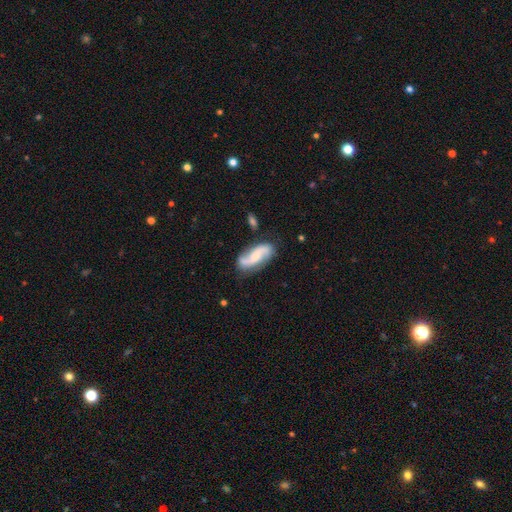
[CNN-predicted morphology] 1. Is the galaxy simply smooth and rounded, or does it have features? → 77% featured or disk, 18% smooth, 6% star or artifact.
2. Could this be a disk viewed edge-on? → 95% no, 5% yes.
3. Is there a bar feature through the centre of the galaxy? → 51% no, 34% weak, 15% strong.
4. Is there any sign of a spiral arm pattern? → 95% yes, 5% no.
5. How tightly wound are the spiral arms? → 59% loose, 30% medium, 10% tight.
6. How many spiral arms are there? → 91% 2, 3% can't tell, 2% 1, 1% 3, 1% 4, 1% more than 4.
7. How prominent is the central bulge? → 43% small, 36% moderate, 13% none, 5% large, 2% dominant.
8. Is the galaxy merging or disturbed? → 75% none, 16% minor disturbance, 5% major disturbance, 4% merger.